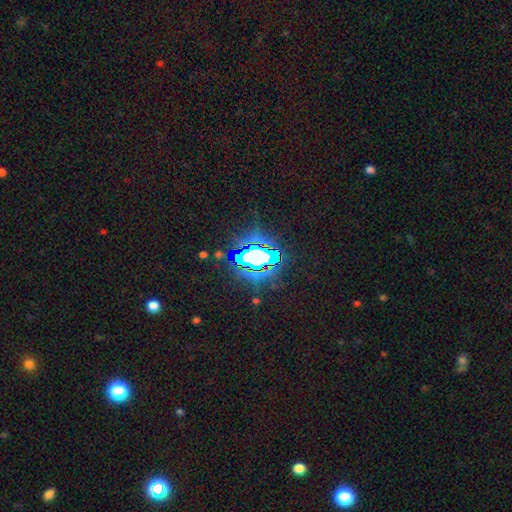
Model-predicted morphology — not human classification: This appears to be a star or artifact, not a galaxy (67%).